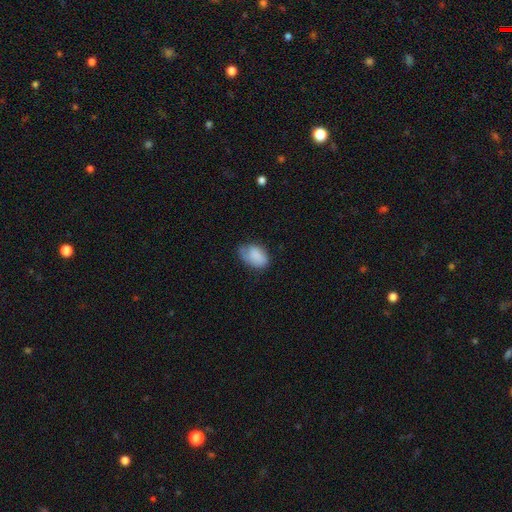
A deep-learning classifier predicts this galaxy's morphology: Smooth or featured? Predicted: smooth (p=0.77). How rounded? Predicted: in between (p=0.88). Merging? Predicted: none (p=0.48).